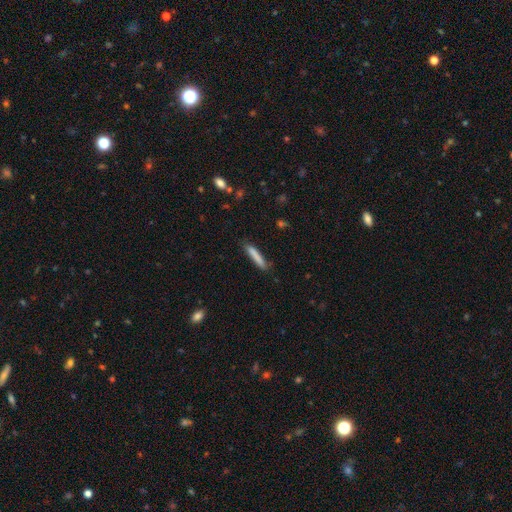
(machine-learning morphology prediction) Overall: smooth (82%). How rounded: cigar-shaped (92%). Merging: none (84%).